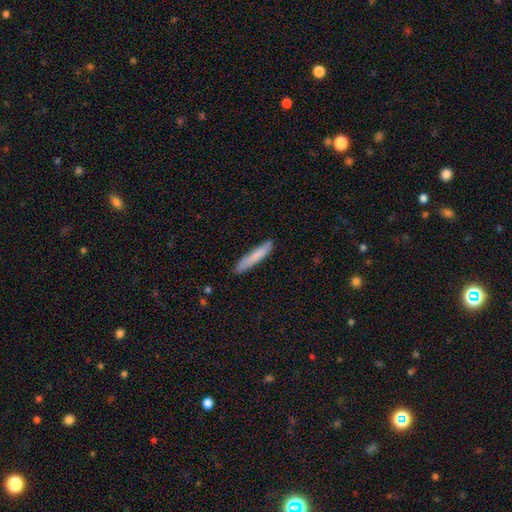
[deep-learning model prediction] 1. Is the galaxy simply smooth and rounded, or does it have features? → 76% smooth, 18% featured or disk, 6% star or artifact.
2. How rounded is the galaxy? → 92% cigar-shaped, 7% in between, 1% round.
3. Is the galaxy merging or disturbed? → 84% none, 13% minor disturbance, 2% major disturbance, 1% merger.